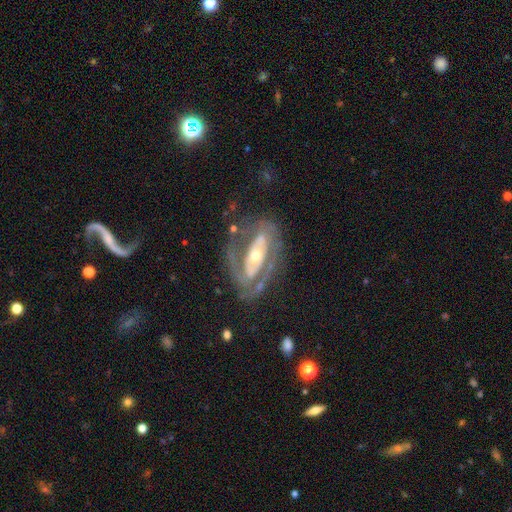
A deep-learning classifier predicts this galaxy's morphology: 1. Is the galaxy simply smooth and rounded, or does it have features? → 85% featured or disk, 10% smooth, 5% star or artifact.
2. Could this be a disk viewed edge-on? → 93% no, 7% yes.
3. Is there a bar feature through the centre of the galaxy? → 38% strong, 37% no, 25% weak.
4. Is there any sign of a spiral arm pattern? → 83% yes, 17% no.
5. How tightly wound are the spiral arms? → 48% tight, 38% medium, 14% loose.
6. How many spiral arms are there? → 71% 2, 14% can't tell, 8% 1, 4% 3, 2% 4, 2% more than 4.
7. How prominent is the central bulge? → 50% moderate, 43% small, 5% large, 1% none, 1% dominant.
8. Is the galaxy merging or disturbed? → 63% none, 18% minor disturbance, 16% major disturbance, 3% merger.